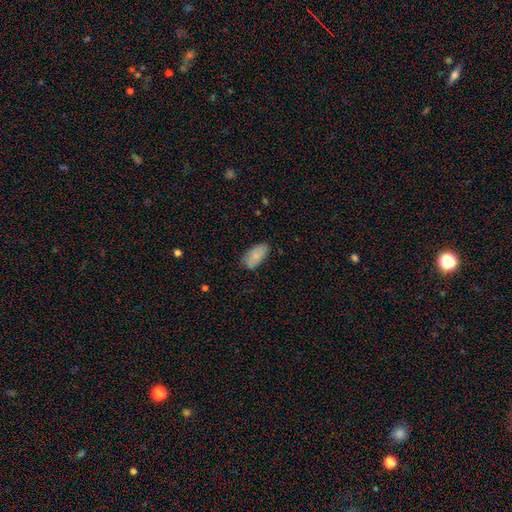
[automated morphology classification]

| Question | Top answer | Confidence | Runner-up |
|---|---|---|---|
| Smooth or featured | smooth | 81% | featured or disk (13%) |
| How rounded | in between | 92% | cigar-shaped (6%) |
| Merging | none | 71% | minor disturbance (23%) |